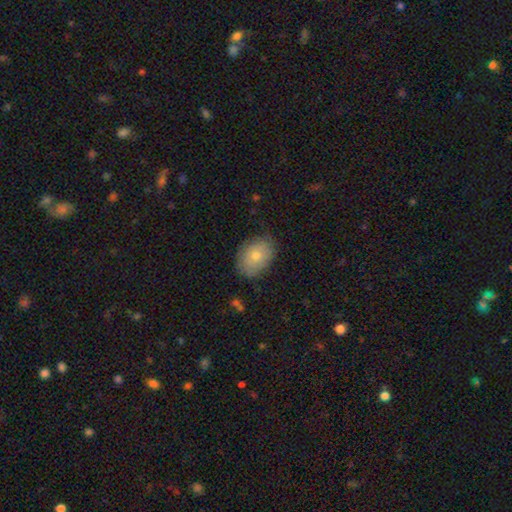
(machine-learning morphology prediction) Smooth or featured? Predicted: smooth (p=0.75). How rounded? Predicted: in between (p=0.79). Merging? Predicted: none (p=0.81).